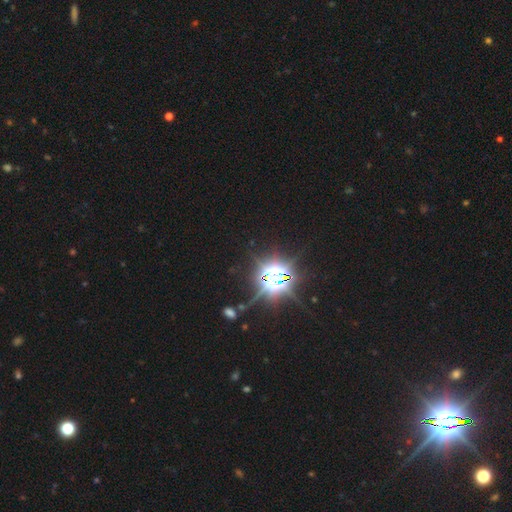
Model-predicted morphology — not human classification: smooth_or_featured: star or artifact (p=0.84) [alt: smooth p=0.11]